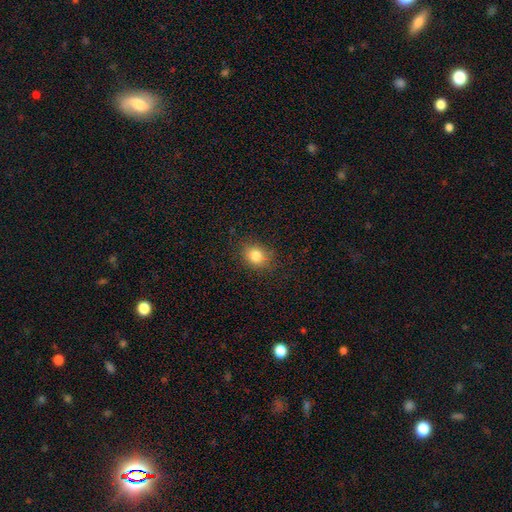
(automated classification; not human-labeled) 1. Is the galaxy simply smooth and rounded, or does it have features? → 81% smooth, 11% star or artifact, 7% featured or disk.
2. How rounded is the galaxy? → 52% round, 47% in between, 1% cigar-shaped.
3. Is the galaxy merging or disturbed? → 83% none, 12% minor disturbance, 3% major disturbance, 1% merger.